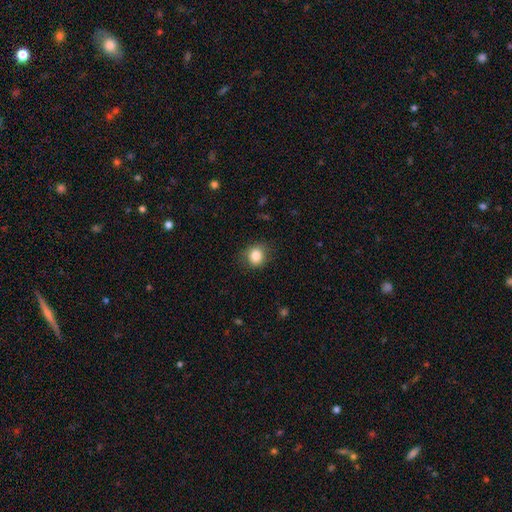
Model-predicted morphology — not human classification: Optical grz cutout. It shows a smooth galaxy with no disk features (84%) that is round (75%). Merging: none (81%).